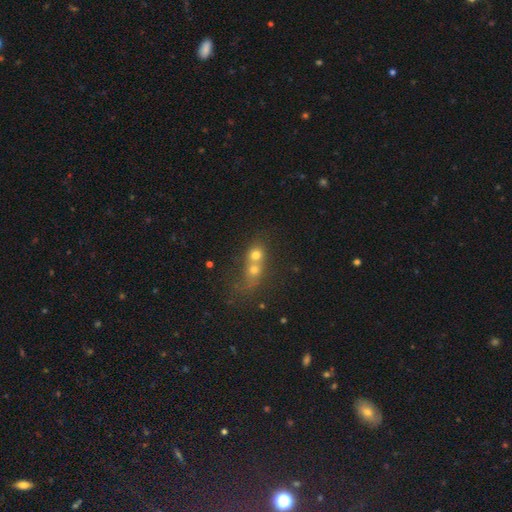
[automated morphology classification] Smooth or featured?
  - smooth: 57% *
  - featured or disk: 25%
  - star or artifact: 18%
How rounded?
  - round: 69% *
  - in between: 28%
  - cigar-shaped: 4%
Merging?
  - merger: 72% *
  - none: 19%
  - minor disturbance: 5%
  - major disturbance: 4%